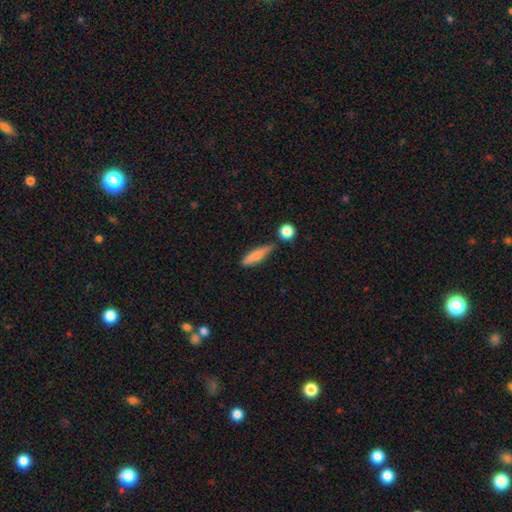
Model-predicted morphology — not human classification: smooth_or_featured: smooth (p=0.72) [alt: featured or disk p=0.20]
how_rounded: cigar-shaped (p=0.72) [alt: in between p=0.25]
merging: none (p=0.69) [alt: minor disturbance p=0.20]